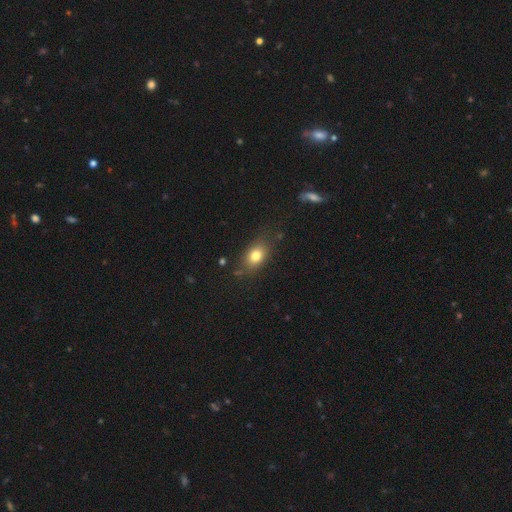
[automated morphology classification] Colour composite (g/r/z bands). It shows a smooth galaxy with no disk features (79%) that is in between round and cigar-shaped (76%). Merging: none (77%).